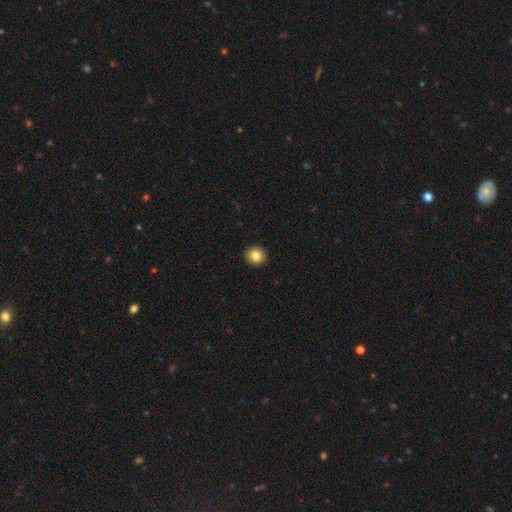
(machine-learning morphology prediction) A smooth galaxy with no disk features (83%) that is round (91%). Merging: none (93%).